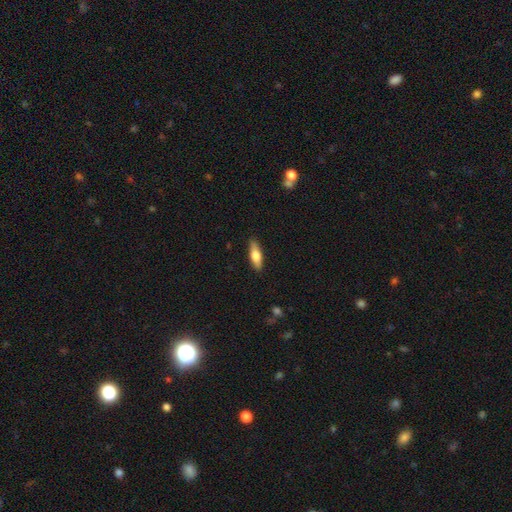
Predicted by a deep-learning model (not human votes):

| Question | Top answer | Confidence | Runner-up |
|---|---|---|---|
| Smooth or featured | smooth | 65% | featured or disk (29%) |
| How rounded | cigar-shaped | 50% | in between (48%) |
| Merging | none | 88% | minor disturbance (9%) |